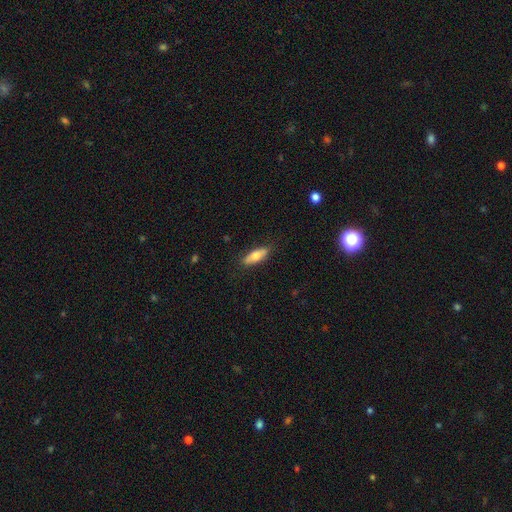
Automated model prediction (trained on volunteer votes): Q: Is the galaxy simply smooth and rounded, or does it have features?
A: smooth — 69%.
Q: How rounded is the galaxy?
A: in between — 62%.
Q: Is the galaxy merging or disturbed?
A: none — 84%.